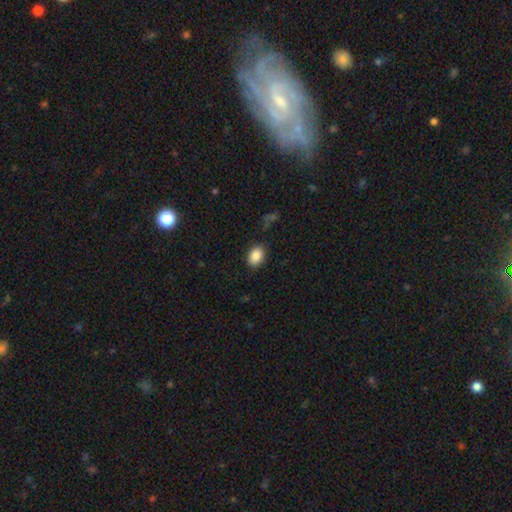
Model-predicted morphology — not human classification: Smooth or featured?
  - smooth: 88% *
  - star or artifact: 8%
  - featured or disk: 5%
How rounded?
  - in between: 77% *
  - round: 22%
  - cigar-shaped: 1%
Merging?
  - none: 84% *
  - minor disturbance: 11%
  - major disturbance: 3%
  - merger: 1%